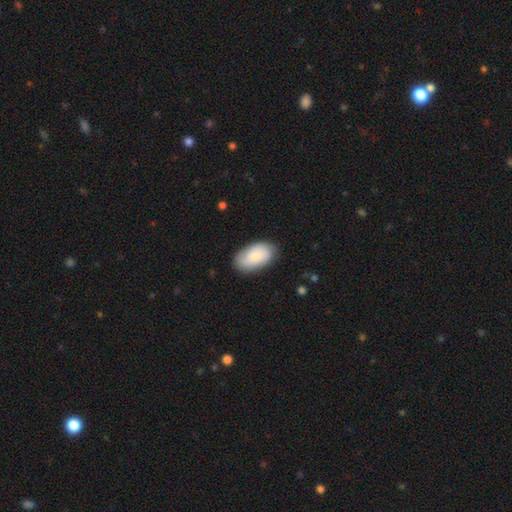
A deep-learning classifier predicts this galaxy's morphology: Smooth or featured: smooth — 74% (featured or disk — 20%)
How rounded: in between — 94% (round — 4%)
Merging: none — 79% (minor disturbance — 16%)